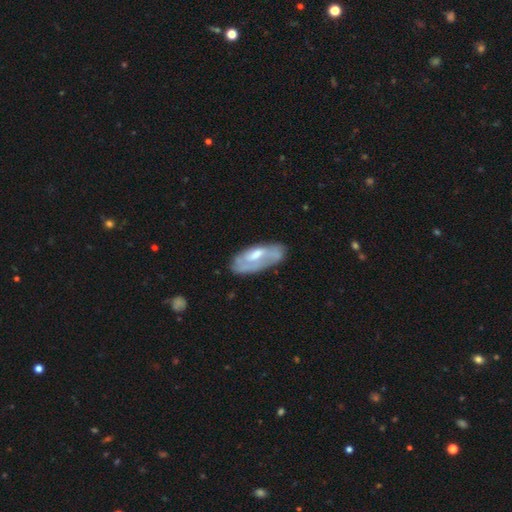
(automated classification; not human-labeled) Smooth or featured?
  - featured or disk: 53% *
  - smooth: 41%
  - star or artifact: 6%
Edge-on disk?
  - no: 85% *
  - yes: 15%
Merging?
  - none: 59% *
  - minor disturbance: 26%
  - major disturbance: 12%
  - merger: 3%